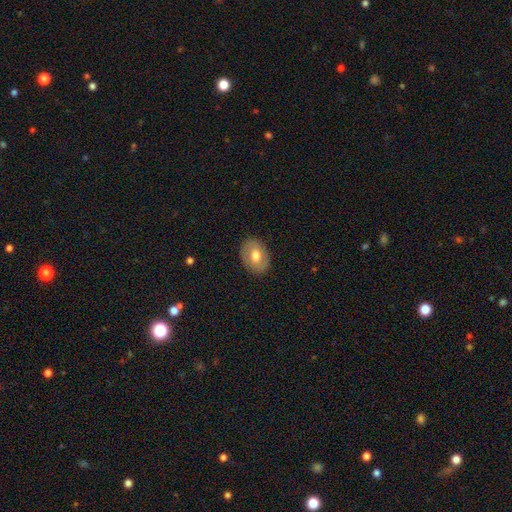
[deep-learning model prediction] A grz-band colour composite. It shows a smooth galaxy with no disk features (67%) that is in between round and cigar-shaped (71%). Merging: none (86%).